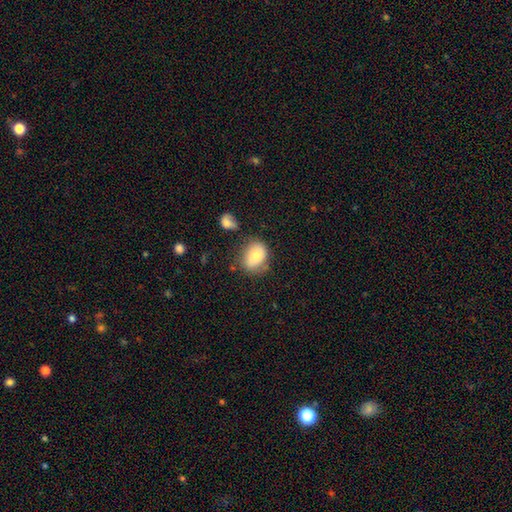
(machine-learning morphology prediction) Smooth or featured: smooth — 75% (featured or disk — 16%)
How rounded: in between — 62% (round — 37%)
Merging: none — 56% (minor disturbance — 26%)